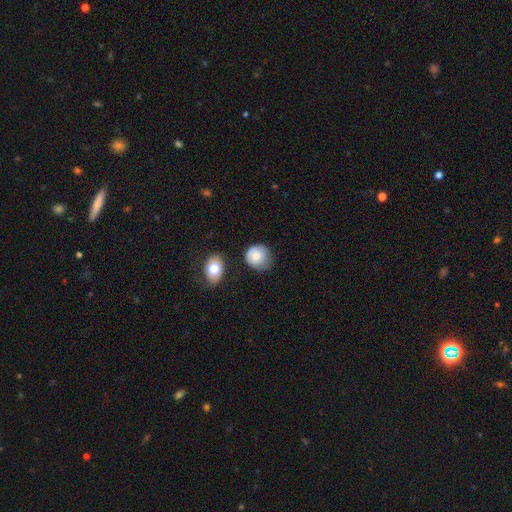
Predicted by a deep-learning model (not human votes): A smooth galaxy with no disk features (77%) that is round (82%). Merging: none (63%).